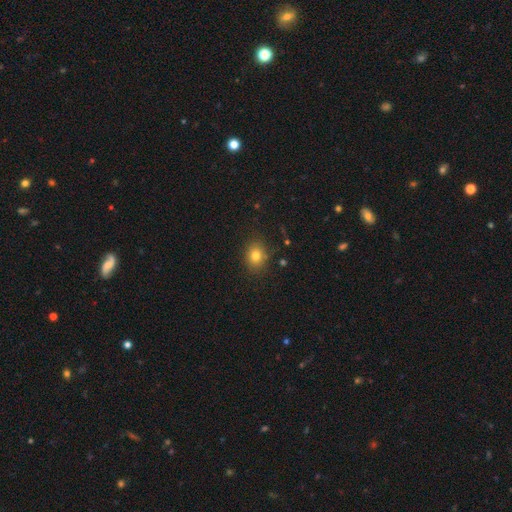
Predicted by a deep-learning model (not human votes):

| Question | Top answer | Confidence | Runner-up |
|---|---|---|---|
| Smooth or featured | smooth | 80% | star or artifact (12%) |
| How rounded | round | 53% | in between (46%) |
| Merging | none | 82% | minor disturbance (12%) |